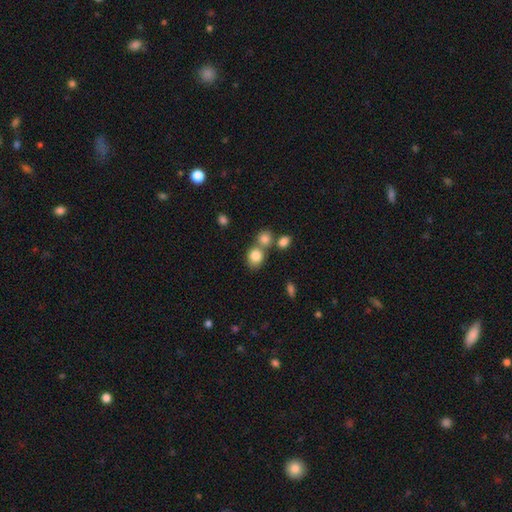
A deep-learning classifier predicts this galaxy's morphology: smooth 82%, star or artifact 10%, featured or disk 7%. Down the decision tree: how rounded — round (71%); merging — none (51%).